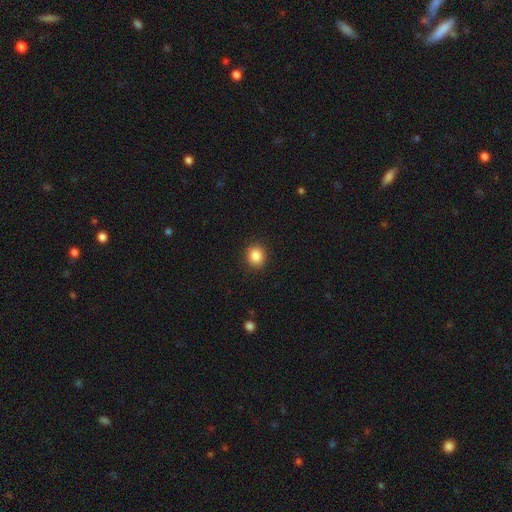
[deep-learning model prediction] This is clearly a smooth galaxy (86%). How rounded: clearly round (81%). Merging: clearly none (90%).